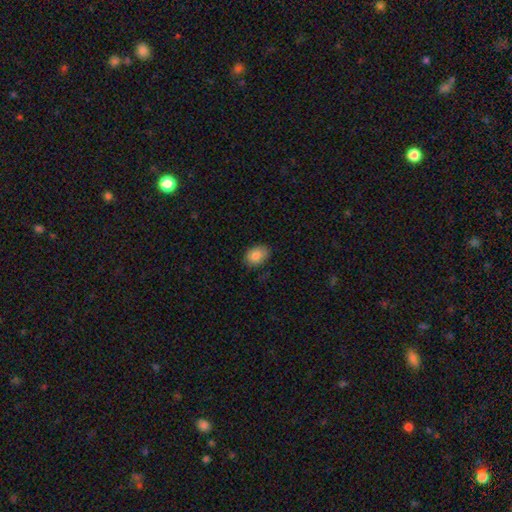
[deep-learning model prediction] This appears to be a smooth galaxy with no disk features (85%) that is in between round and cigar-shaped (76%). Merging: none (81%).